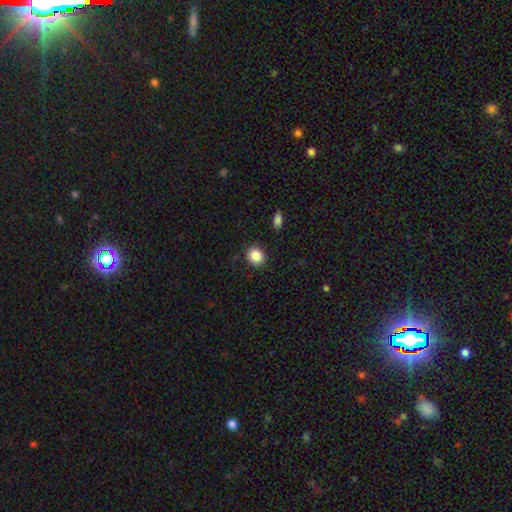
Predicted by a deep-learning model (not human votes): Morphology: type=smooth (86%); roundness=round (72%); merging=none (89%).